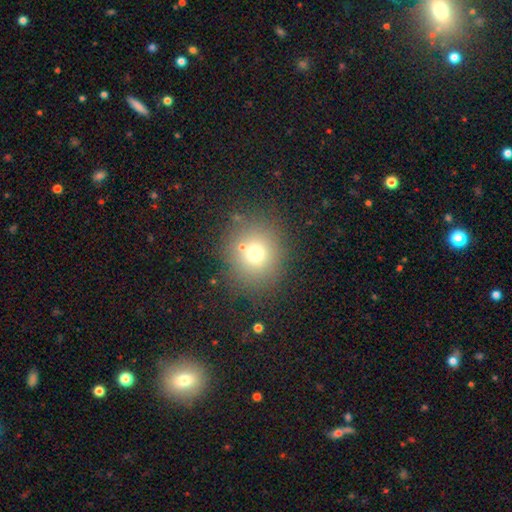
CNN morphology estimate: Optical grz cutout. It shows a smooth galaxy with no disk features (69%) that is round (79%). Merging: none (77%).